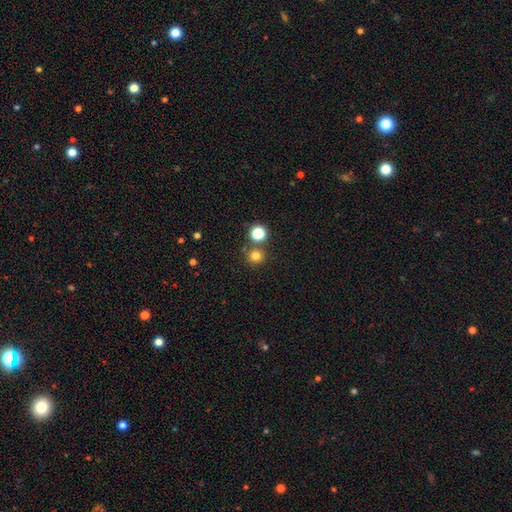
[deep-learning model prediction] smooth 77%, star or artifact 17%, featured or disk 6%. Down the decision tree: how rounded — round (93%); merging — none (78%).